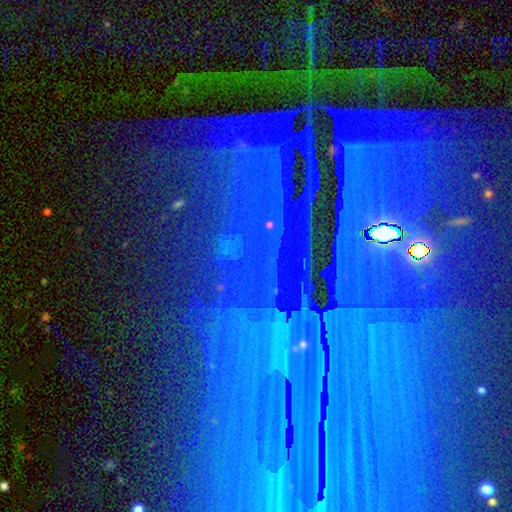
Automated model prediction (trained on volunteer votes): This appears to be a star or artifact, not a galaxy (79%).